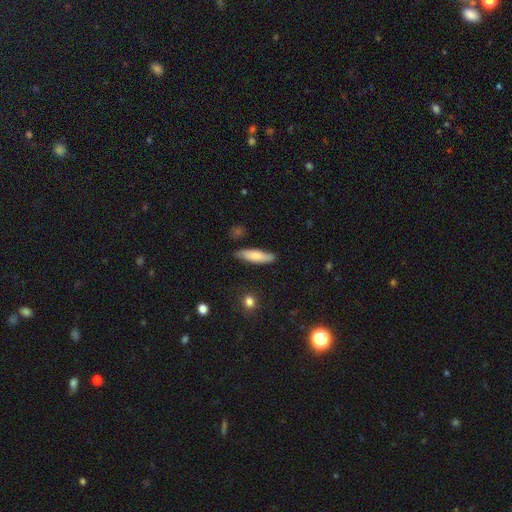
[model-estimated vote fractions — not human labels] smooth 76%, featured or disk 18%, star or artifact 6%. Down the decision tree: how rounded — cigar-shaped (63%); merging — none (76%).